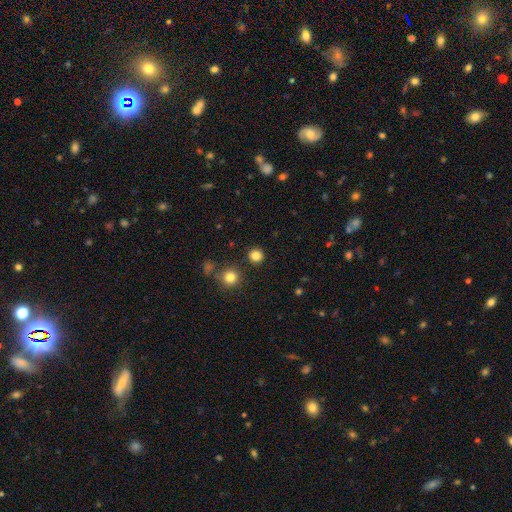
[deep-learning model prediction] Smooth or featured? Predicted: smooth (p=0.83). How rounded? Predicted: round (p=0.94). Merging? Predicted: none (p=0.90).